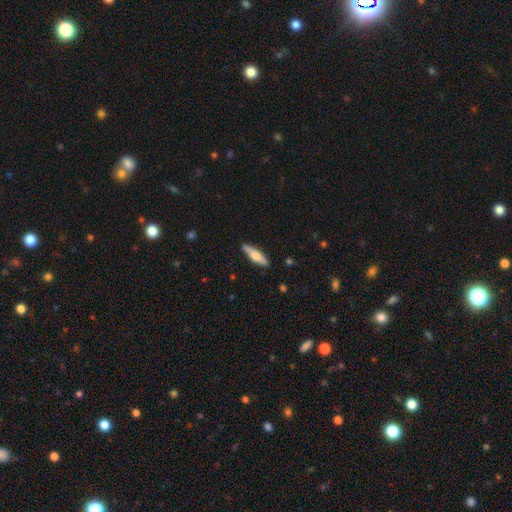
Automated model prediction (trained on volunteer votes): smooth 50%, featured or disk 45%, star or artifact 5%. Down the decision tree: merging — none (88%).